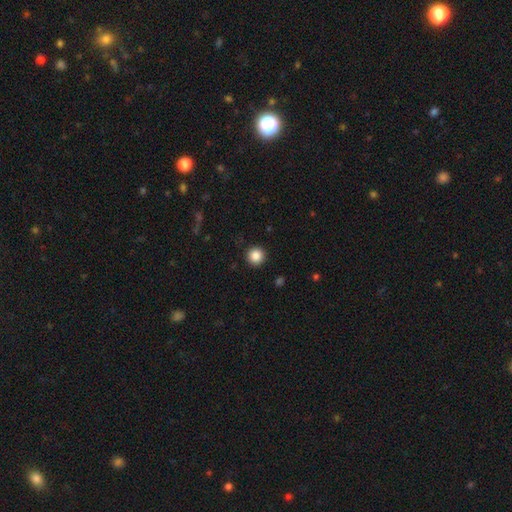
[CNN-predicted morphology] Smooth or featured? smooth (87%)
How rounded? round (95%)
Merging? none (92%)